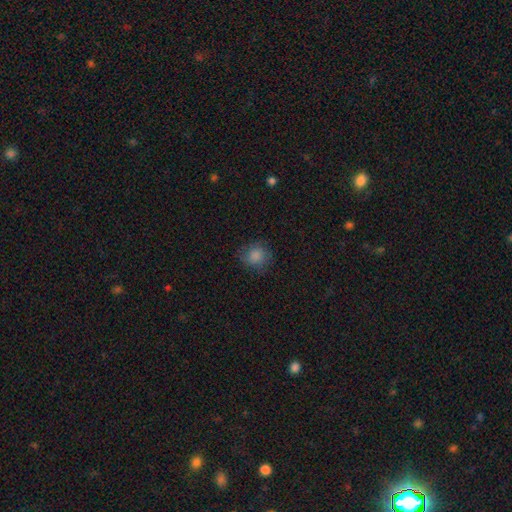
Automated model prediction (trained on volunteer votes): Smooth or featured? smooth (84%)
How rounded? round (86%)
Merging? none (78%)